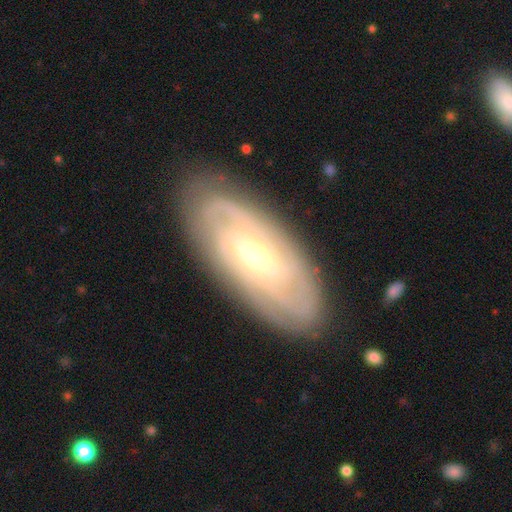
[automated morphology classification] This appears to be a featured or disk galaxy (83%) with a weak bar (47%), tight (73%) spiral arms (93%) and a small central bulge (60%). Merging: none (83%).